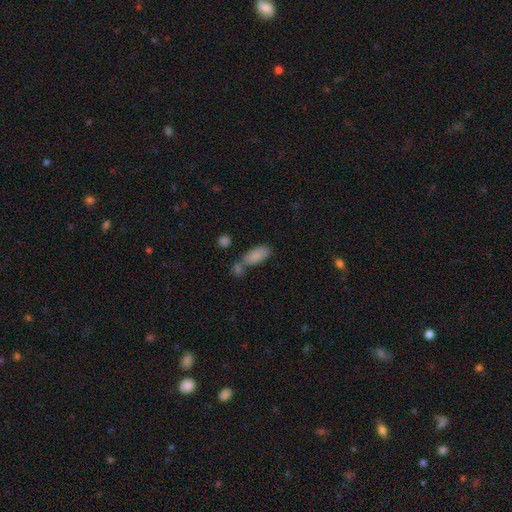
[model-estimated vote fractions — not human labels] This is clearly a smooth galaxy (84%). How rounded: clearly in between (86%). Merging: possibly none (46%).